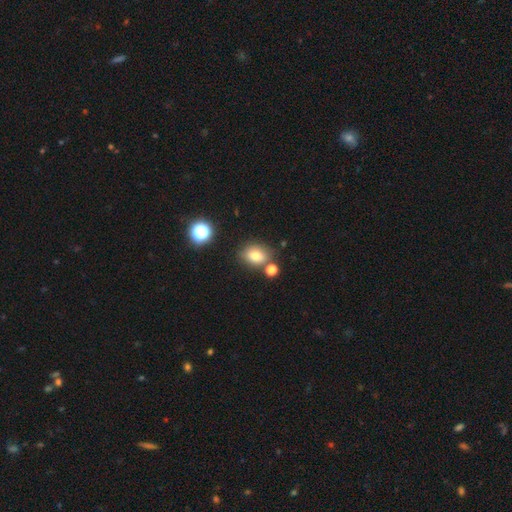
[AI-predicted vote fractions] Morphology: type=smooth (77%); roundness=in between (59%); merging=none (72%).